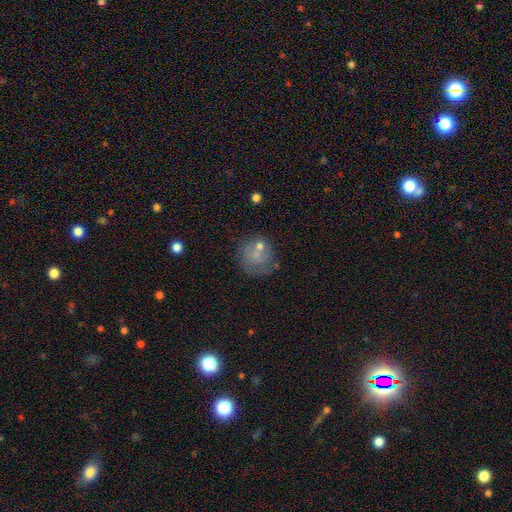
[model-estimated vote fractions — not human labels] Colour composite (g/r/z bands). It shows a smooth galaxy with no disk features (57%) that is round (84%). Merging: none (54%).